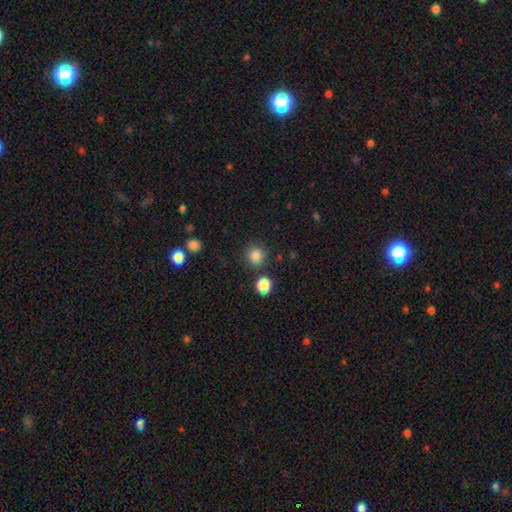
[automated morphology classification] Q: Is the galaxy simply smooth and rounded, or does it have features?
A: smooth — 85%.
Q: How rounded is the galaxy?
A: round — 91%.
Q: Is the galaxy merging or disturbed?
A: none — 85%.